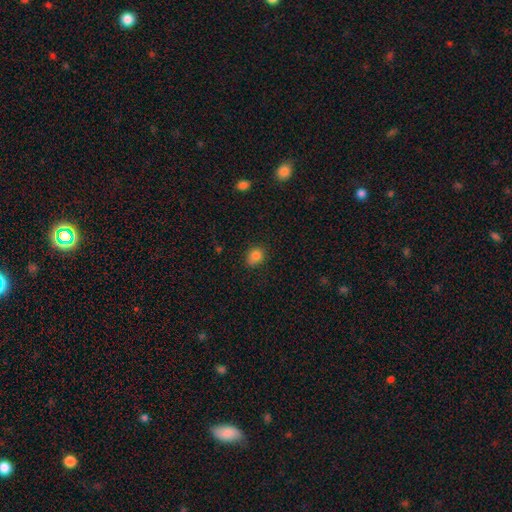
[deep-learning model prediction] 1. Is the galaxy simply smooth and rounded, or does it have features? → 83% smooth, 12% star or artifact, 5% featured or disk.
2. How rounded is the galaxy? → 54% round, 45% in between, 1% cigar-shaped.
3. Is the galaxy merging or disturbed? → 74% none, 20% minor disturbance, 4% major disturbance, 2% merger.